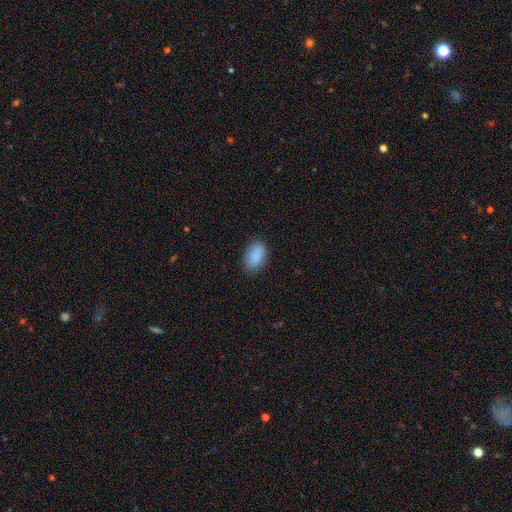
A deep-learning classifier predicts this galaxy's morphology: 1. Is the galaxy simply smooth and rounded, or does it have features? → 89% smooth, 7% star or artifact, 4% featured or disk.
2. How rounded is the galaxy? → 92% in between, 6% round, 2% cigar-shaped.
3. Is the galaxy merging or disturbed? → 85% none, 11% minor disturbance, 3% major disturbance, 1% merger.